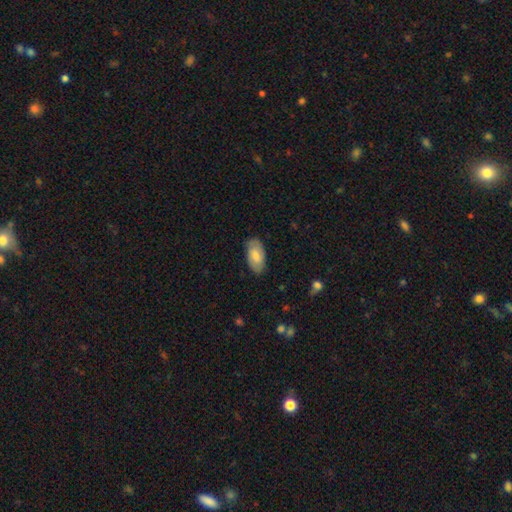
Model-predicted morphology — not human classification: Q: Smooth or featured?
A: smooth (67%); runner-up: featured or disk (27%)
Q: How rounded?
A: in between (94%); runner-up: cigar-shaped (3%)
Q: Merging?
A: none (81%); runner-up: minor disturbance (15%)